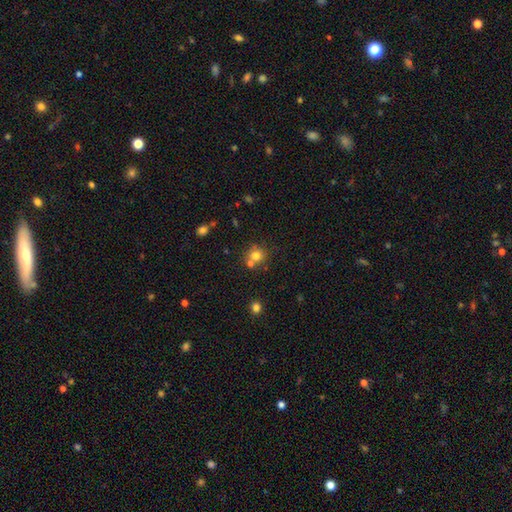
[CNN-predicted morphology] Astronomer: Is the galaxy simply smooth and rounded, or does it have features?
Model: smooth — 76%.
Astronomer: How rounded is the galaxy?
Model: round — 85%.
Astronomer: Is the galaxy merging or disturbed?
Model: none — 59%.